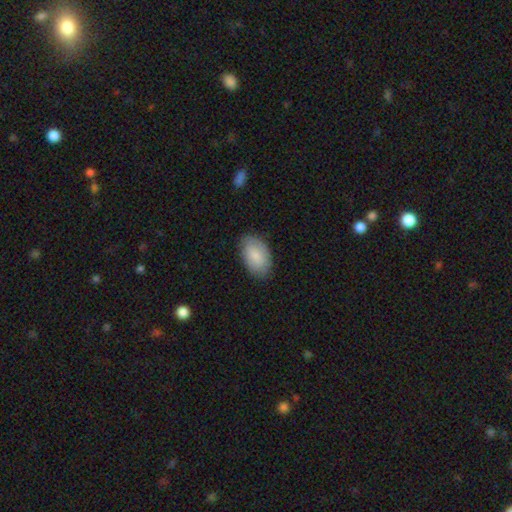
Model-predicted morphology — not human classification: The model was most divided on "smooth or featured": smooth: 82%, featured or disk: 13%, star or artifact: 6%. More confident: how rounded — in between (93%); merging — none (83%).